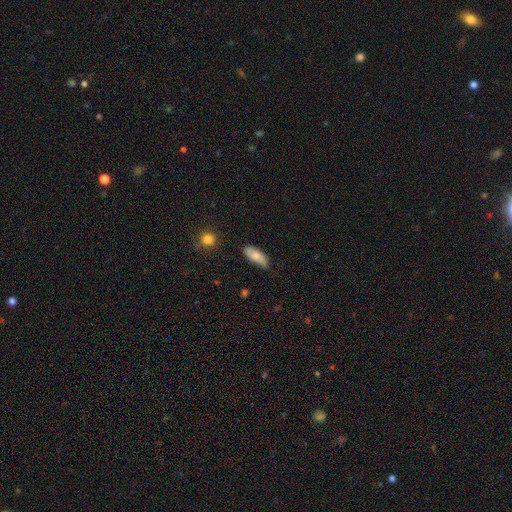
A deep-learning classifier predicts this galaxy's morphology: Smooth or featured: smooth — 78% (featured or disk — 15%)
How rounded: in between — 81% (cigar-shaped — 16%)
Merging: none — 73% (minor disturbance — 22%)